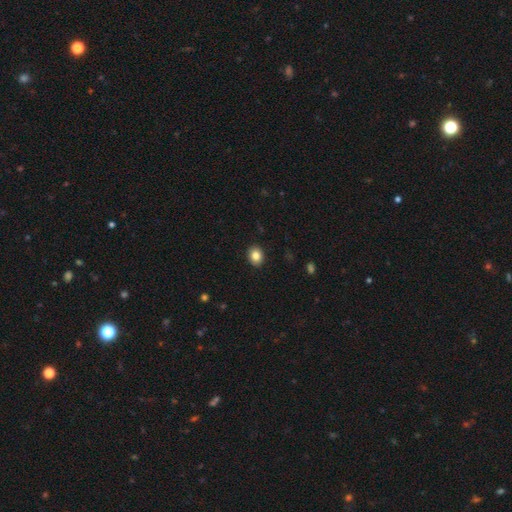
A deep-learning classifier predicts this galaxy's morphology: A smooth galaxy with no disk features (84%) that is round (53%).

Vote fractions:
- Smooth or featured? smooth: 84% / star or artifact: 9% / featured or disk: 7%
- How rounded? round: 53% / in between: 46% / cigar-shaped: 1%
- Merging? none: 91% / minor disturbance: 7% / major disturbance: 2% / merger: 1%